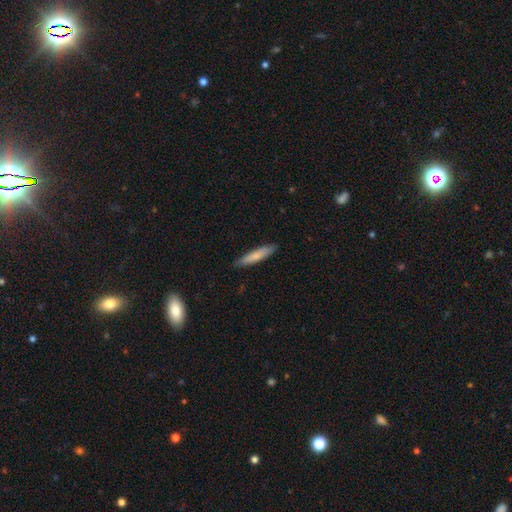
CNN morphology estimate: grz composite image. It shows a smooth galaxy with no disk features (77%) that is cigar-shaped (88%). Merging: none (88%).